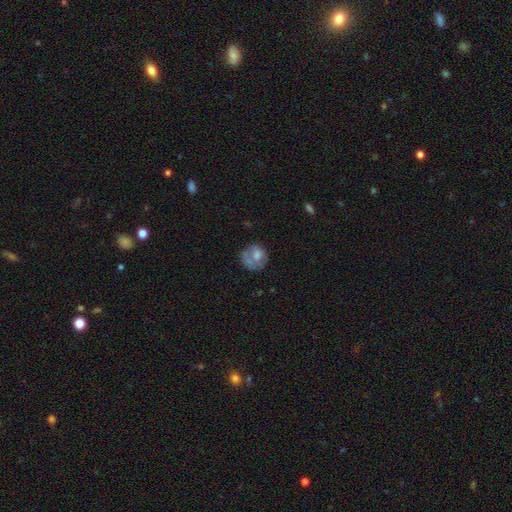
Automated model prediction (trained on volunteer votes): Smooth or featured? Predicted: smooth (p=0.60). How rounded? Predicted: round (p=0.77). Merging? Predicted: none (p=0.49).